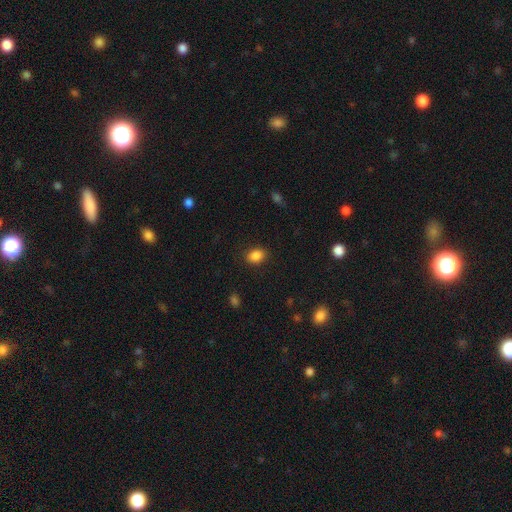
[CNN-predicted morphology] smooth 87%, star or artifact 9%, featured or disk 4%. Down the decision tree: how rounded — in between (71%); merging — none (87%).